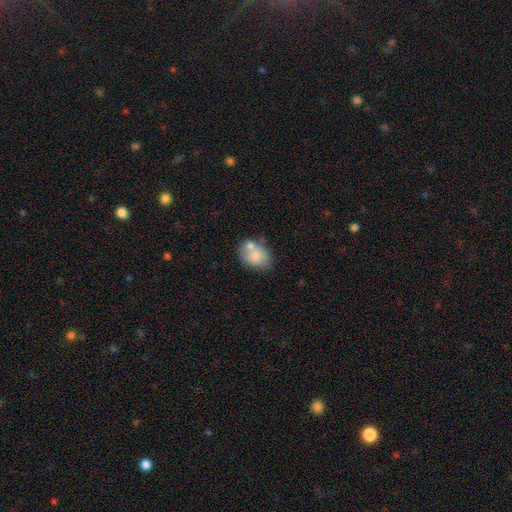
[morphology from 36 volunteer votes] A smooth galaxy with no disk features (75%) that is in between round and cigar-shaped (67%).

Vote fractions:
- Smooth or featured? smooth: 75% / featured or disk: 22% / star or artifact: 3%
- How rounded? in between: 67% / round: 30% / cigar-shaped: 4%
- Merging? merger: 57% / none: 26% / minor disturbance: 9% / major disturbance: 9%